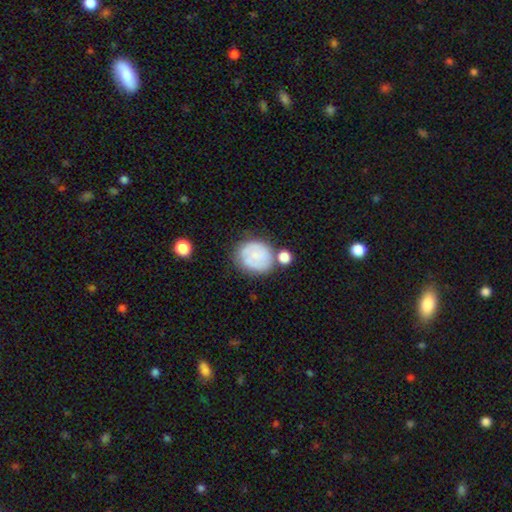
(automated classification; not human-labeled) The model was most divided on "smooth or featured": smooth: 57%, featured or disk: 35%, star or artifact: 8%. More confident: how rounded — round (67%); merging — none (57%).